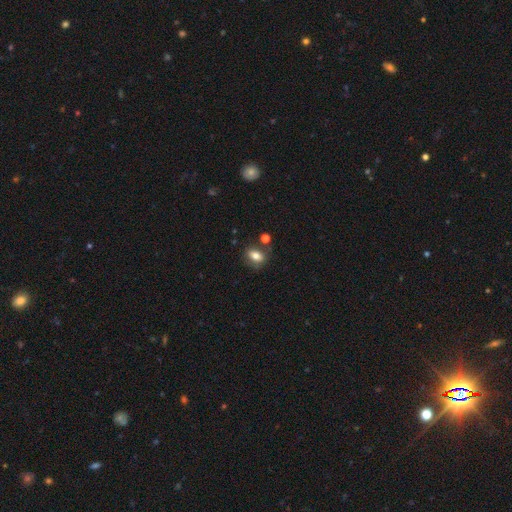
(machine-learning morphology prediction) Smooth or featured: smooth — 73% (featured or disk — 17%)
How rounded: in between — 74% (round — 22%)
Merging: none — 72% (minor disturbance — 15%)